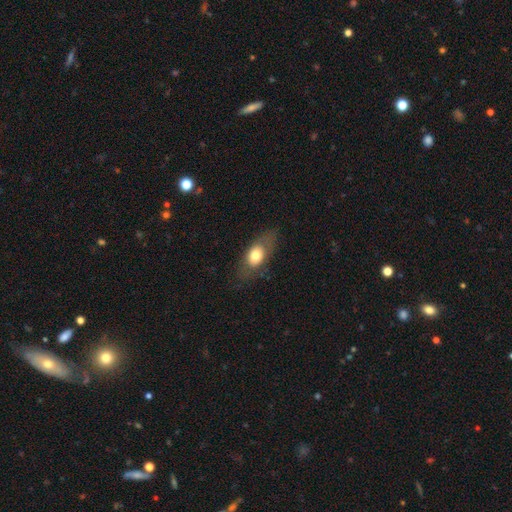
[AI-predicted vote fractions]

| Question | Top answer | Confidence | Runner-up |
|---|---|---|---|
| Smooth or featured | smooth | 66% | featured or disk (26%) |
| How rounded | in between | 78% | round (15%) |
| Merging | none | 70% | minor disturbance (19%) |